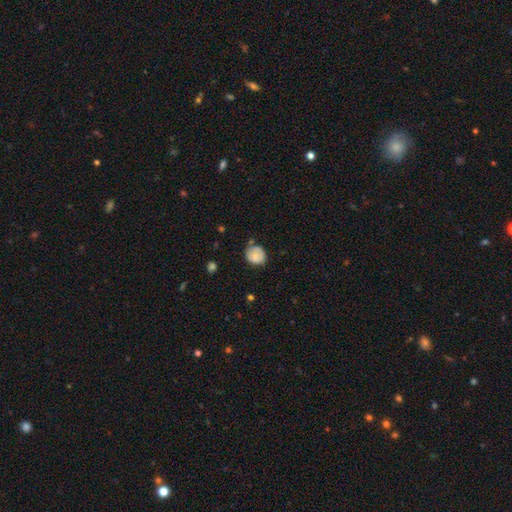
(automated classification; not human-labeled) Morphology: type=smooth (76%); roundness=round (73%); merging=none (61%).